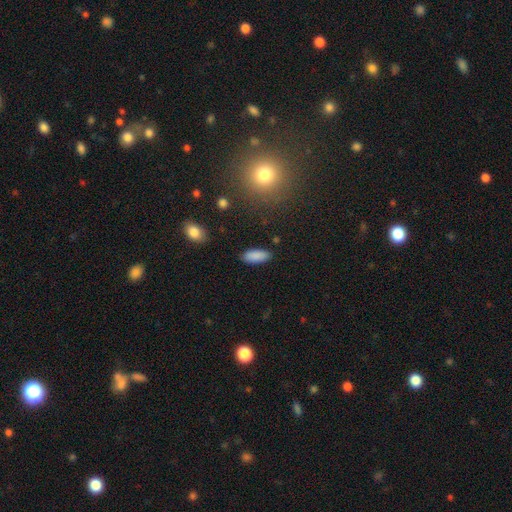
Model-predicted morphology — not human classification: This is clearly a smooth galaxy (88%). How rounded: clearly in between (82%). Merging: clearly none (88%).